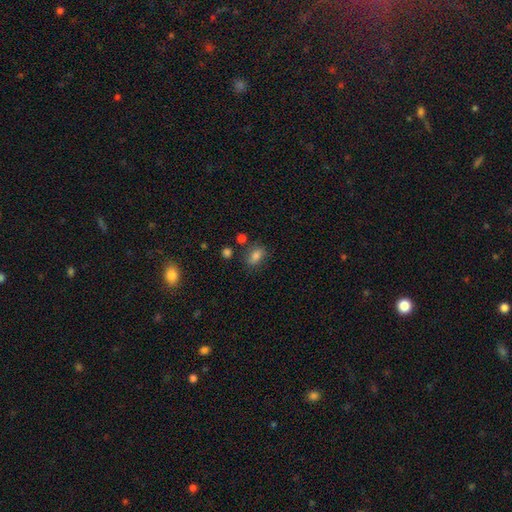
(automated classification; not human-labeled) The model was most divided on "merging": none: 74%, minor disturbance: 16%, merger: 6%, major disturbance: 4%. More confident: smooth or featured — smooth (80%); how rounded — in between (79%).